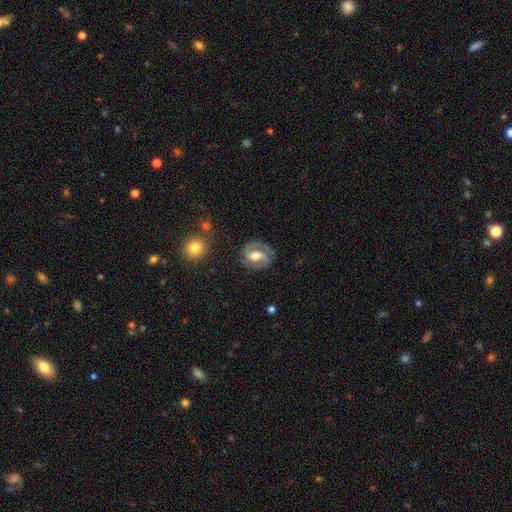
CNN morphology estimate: Smooth or featured?
  - featured or disk: 74% *
  - smooth: 20%
  - star or artifact: 6%
Edge-on disk?
  - no: 97% *
  - yes: 3%
Bar?
  - weak: 46% *
  - strong: 28%
  - no: 25%
Spiral arms?
  - yes: 89% *
  - no: 11%
Spiral winding?
  - medium: 47% *
  - tight: 40%
  - loose: 13%
Spiral arm count?
  - 2: 85% *
  - 1: 6%
  - can't tell: 6%
  - 3: 1%
  - 4: 1%
  - more than 4: 1%
Bulge size?
  - moderate: 66% *
  - large: 18%
  - small: 13%
  - none: 2%
  - dominant: 1%
Merging?
  - none: 79% *
  - minor disturbance: 14%
  - major disturbance: 6%
  - merger: 2%